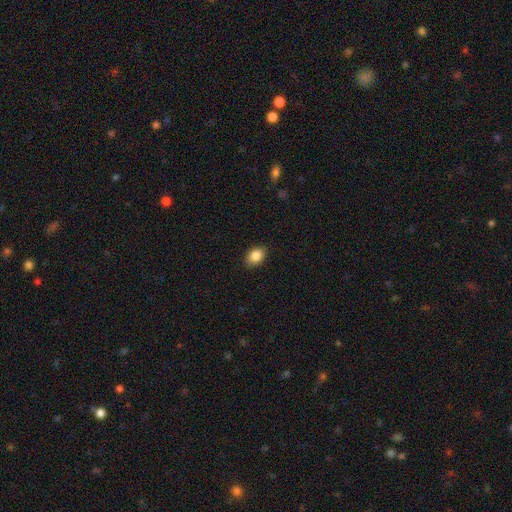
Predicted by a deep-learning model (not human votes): Smooth or featured? Predicted: smooth (p=0.87). How rounded? Predicted: in between (p=0.76). Merging? Predicted: none (p=0.87).